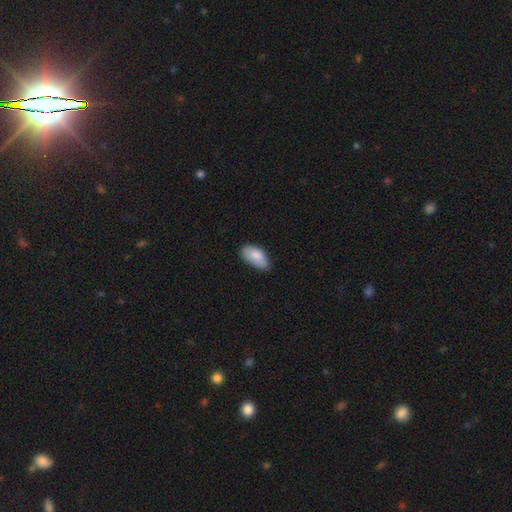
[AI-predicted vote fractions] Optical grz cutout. It shows a smooth galaxy with no disk features (84%) that is in between round and cigar-shaped (94%). Merging: none (68%).